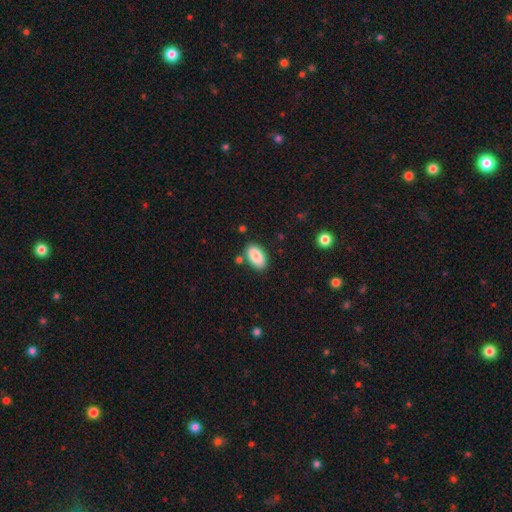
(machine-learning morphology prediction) smooth-or-featured: smooth: 85% | featured or disk: 8% | star or artifact: 7%
  how-rounded: in between: 94% | round: 4% | cigar-shaped: 2%
  merging: none: 81% | minor disturbance: 11% | merger: 5% | major disturbance: 2%